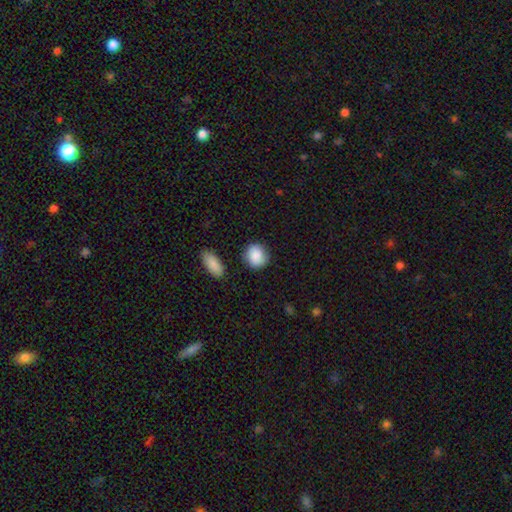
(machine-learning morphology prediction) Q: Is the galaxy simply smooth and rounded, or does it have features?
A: smooth — 86%.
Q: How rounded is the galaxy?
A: round — 76%.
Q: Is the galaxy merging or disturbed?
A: none — 76%.